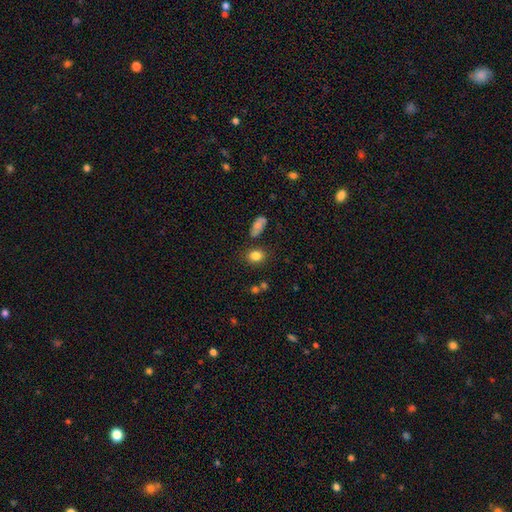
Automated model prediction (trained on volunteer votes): Smooth or featured: smooth — 83% (star or artifact — 10%)
How rounded: round — 51% (in between — 48%)
Merging: none — 78% (minor disturbance — 12%)